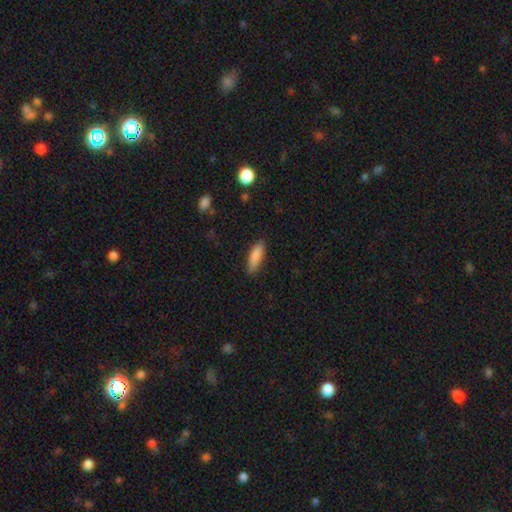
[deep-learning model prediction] This is clearly a smooth galaxy (85%). How rounded: possibly cigar-shaped (51%). Merging: clearly none (84%).